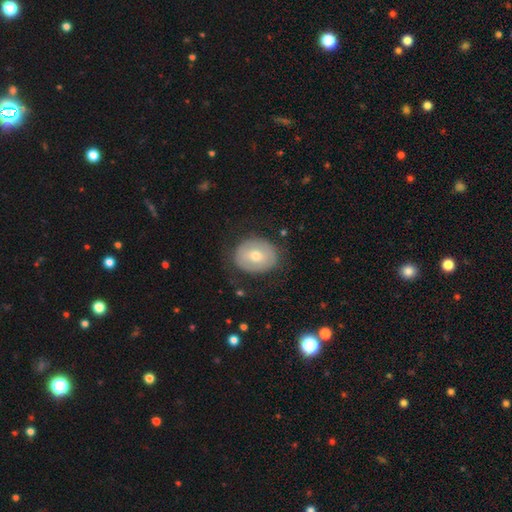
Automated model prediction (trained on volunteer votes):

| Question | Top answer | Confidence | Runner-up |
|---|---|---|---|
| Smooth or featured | smooth | 55% | featured or disk (38%) |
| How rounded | round | 53% | in between (46%) |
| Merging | none | 76% | minor disturbance (16%) |